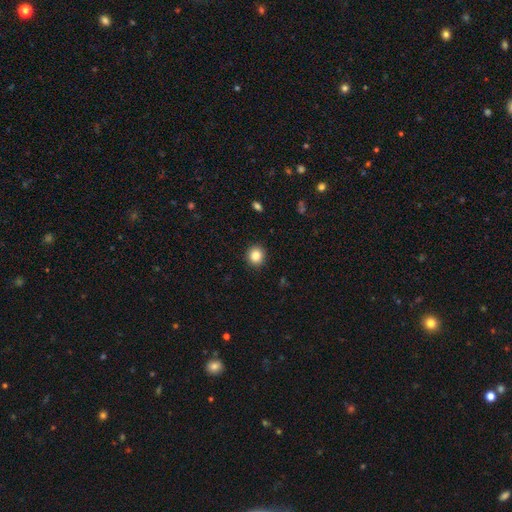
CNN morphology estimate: Q: Smooth or featured?
A: smooth (85%); runner-up: star or artifact (10%)
Q: How rounded?
A: round (86%); runner-up: in between (13%)
Q: Merging?
A: none (92%); runner-up: minor disturbance (5%)